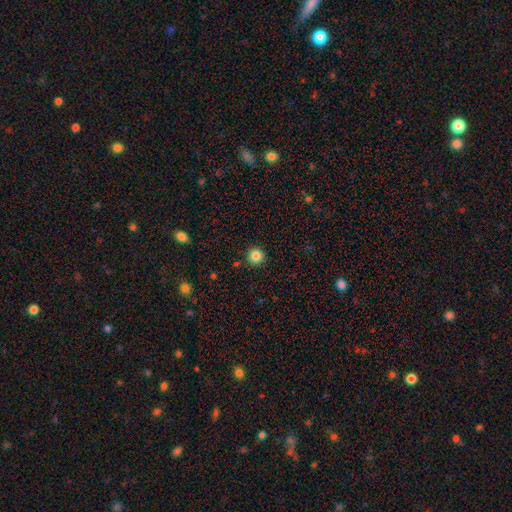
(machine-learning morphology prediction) Smooth or featured: smooth — 84% (star or artifact — 11%)
How rounded: round — 96% (in between — 3%)
Merging: none — 92% (minor disturbance — 5%)